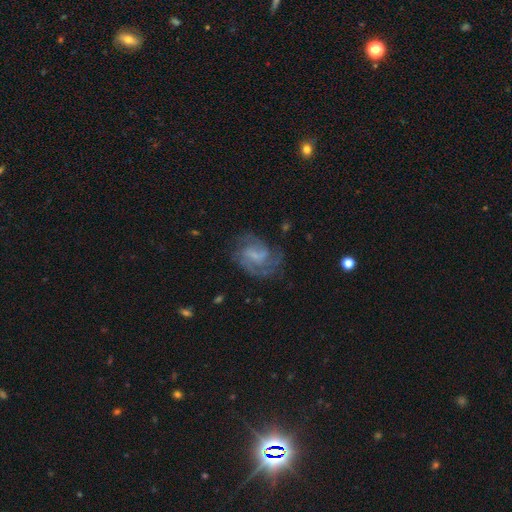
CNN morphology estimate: Overall: featured or disk (79%). Edge-on disk: no (98%). Bar: weak (56%; no 28%). Spiral arms: yes (93%). Spiral arm count: 2 (50%; can't tell 19%). Spiral winding: medium (49%; tight 33%). Bulge size: small (43%; none 32%). Merging: none (66%).